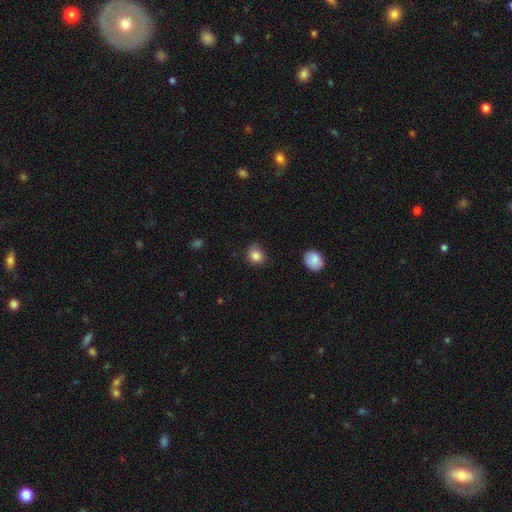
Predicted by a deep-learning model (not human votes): A smooth galaxy with no disk features (85%) that is round (78%).

Vote fractions:
- Smooth or featured? smooth: 85% / star or artifact: 10% / featured or disk: 5%
- How rounded? round: 78% / in between: 21% / cigar-shaped: 1%
- Merging? none: 76% / minor disturbance: 19% / major disturbance: 4% / merger: 1%